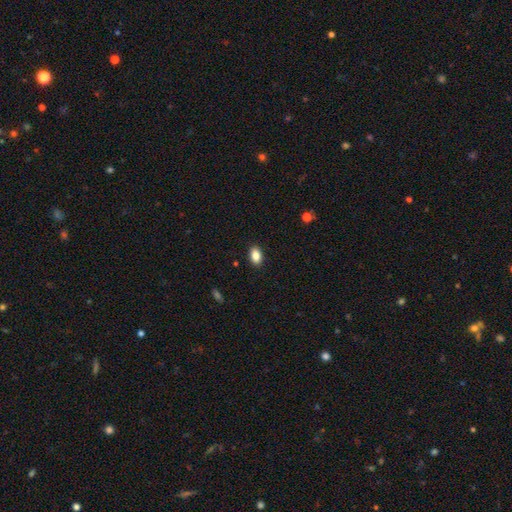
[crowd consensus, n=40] This is clearly a smooth galaxy (92%). How rounded: clearly in between (97%). Merging: clearly none (92%).